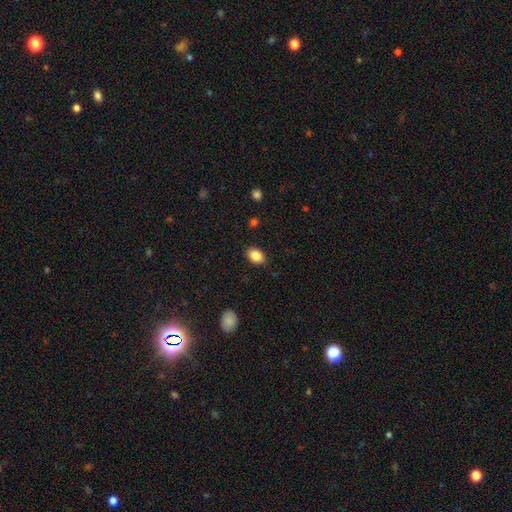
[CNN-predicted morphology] A smooth galaxy with no disk features (86%) that is in between round and cigar-shaped (82%). Merging: none (88%).